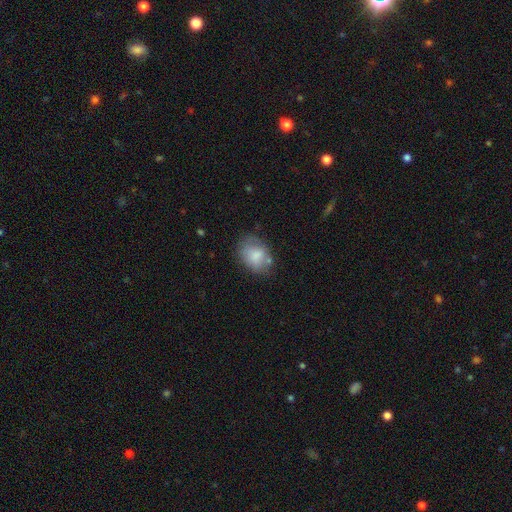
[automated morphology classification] Smooth or featured: smooth — 76% (featured or disk — 16%)
How rounded: in between — 72% (round — 27%)
Merging: none — 57% (minor disturbance — 25%)